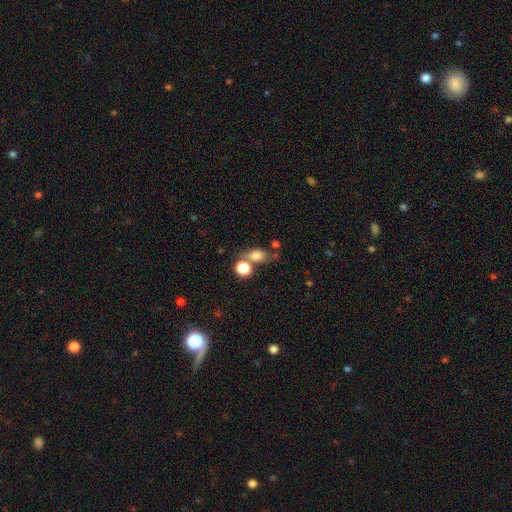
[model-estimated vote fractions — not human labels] Q: Smooth or featured?
A: smooth (80%); runner-up: star or artifact (11%)
Q: How rounded?
A: in between (63%); runner-up: round (34%)
Q: Merging?
A: none (42%); runner-up: merger (37%)